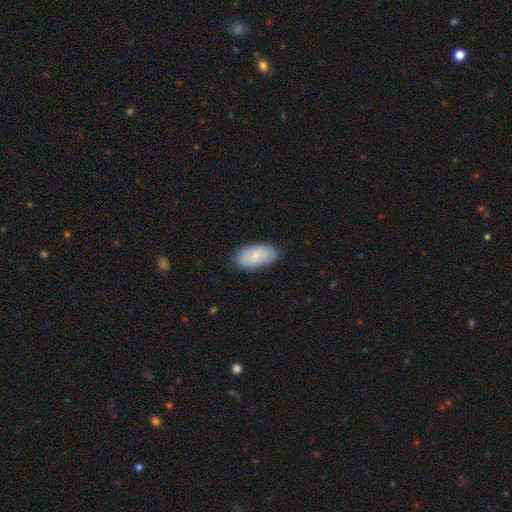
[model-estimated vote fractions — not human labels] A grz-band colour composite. It shows a smooth galaxy with no disk features (72%) that is in between round and cigar-shaped (93%). Merging: none (83%).